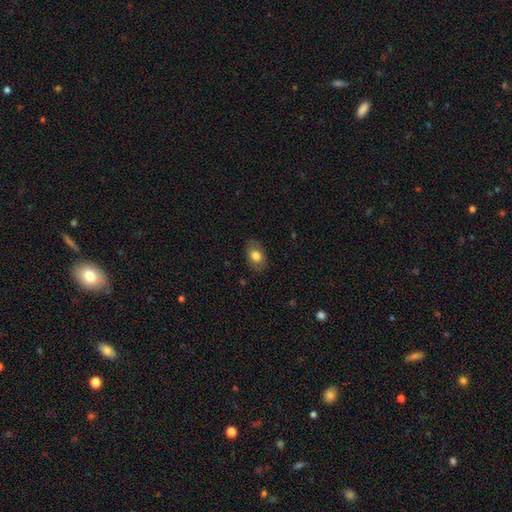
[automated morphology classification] smooth_or_featured: smooth (p=0.77) [alt: featured or disk p=0.15]
how_rounded: in between (p=0.83) [alt: round p=0.16]
merging: none (p=0.83) [alt: minor disturbance p=0.13]